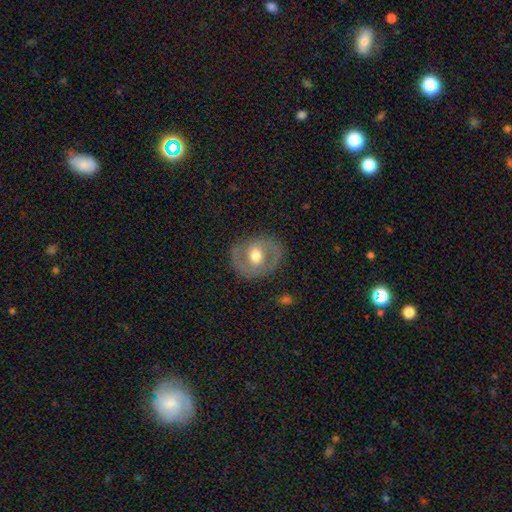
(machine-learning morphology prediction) Smooth or featured? Predicted: featured or disk (p=0.59). Edge-on disk? Predicted: no (p=0.95). Bar? Predicted: no (p=0.49). Spiral arms? Predicted: yes (p=0.53). Bulge size? Predicted: moderate (p=0.70). Merging? Predicted: none (p=0.79).